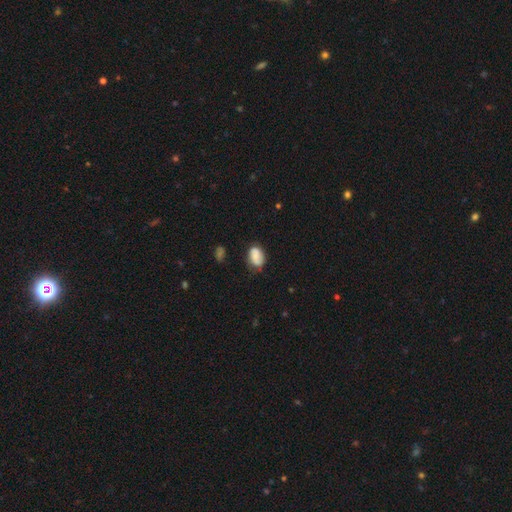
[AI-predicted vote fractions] Smooth or featured: smooth — 73% (featured or disk — 18%)
How rounded: in between — 80% (round — 19%)
Merging: none — 57% (minor disturbance — 30%)